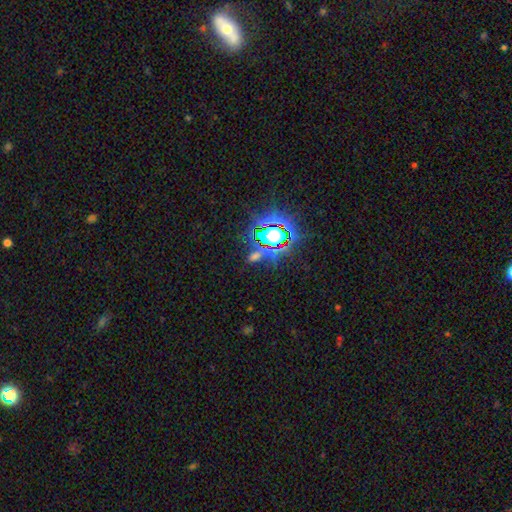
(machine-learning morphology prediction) smooth-or-featured: star or artifact: 62% | smooth: 28% | featured or disk: 10%